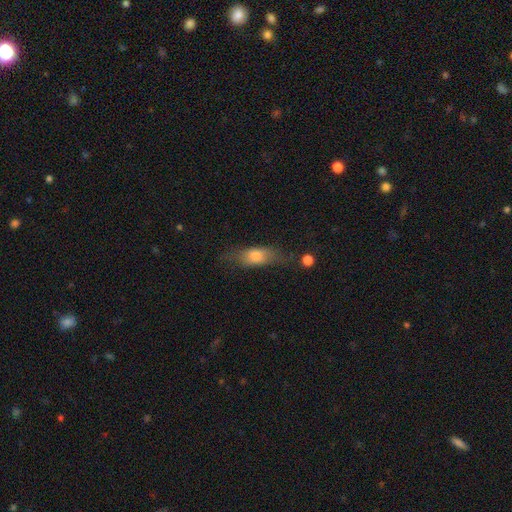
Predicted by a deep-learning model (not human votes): smooth_or_featured: smooth (p=0.67) [alt: featured or disk p=0.24]
how_rounded: in between (p=0.63) [alt: cigar-shaped p=0.31]
merging: none (p=0.58) [alt: minor disturbance p=0.25]